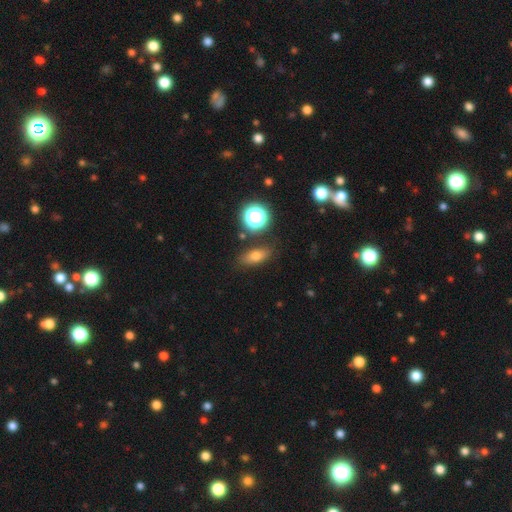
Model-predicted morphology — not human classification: This is likely a smooth galaxy (69%). How rounded: likely in between (69%). Merging: clearly none (82%).